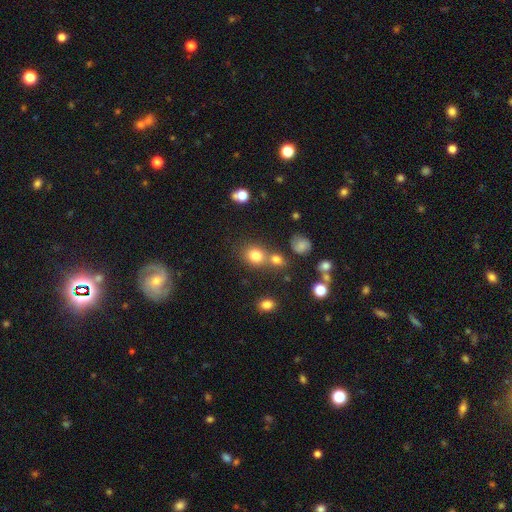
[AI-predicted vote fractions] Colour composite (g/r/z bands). It shows a smooth galaxy with no disk features (77%) that is round (72%). Merging: none (57%).